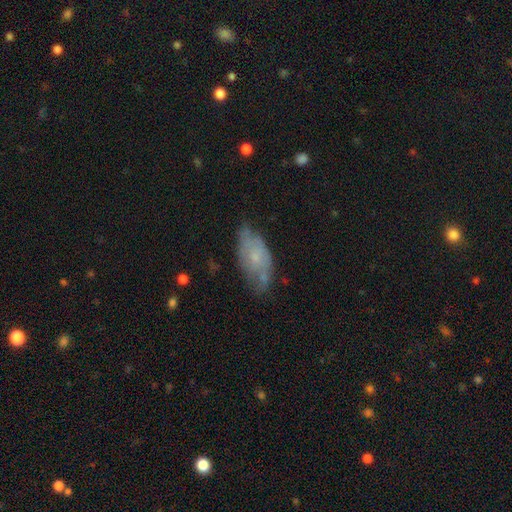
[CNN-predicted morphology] Smooth or featured? featured or disk (48%)
Merging? none (52%)